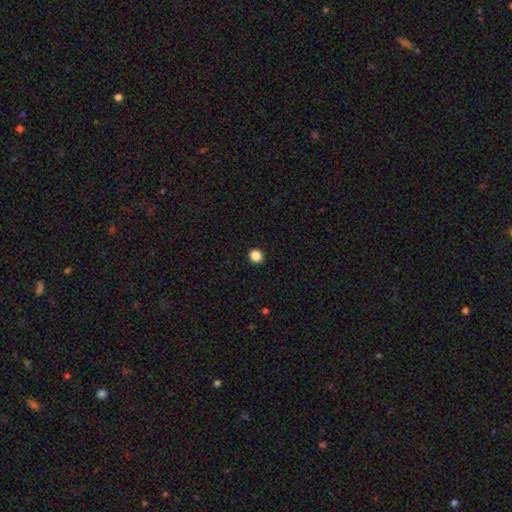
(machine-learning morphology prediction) smooth-or-featured: smooth: 87% | star or artifact: 11% | featured or disk: 3%
  how-rounded: round: 82% | in between: 17% | cigar-shaped: 1%
  merging: none: 92% | minor disturbance: 5% | major disturbance: 2% | merger: 1%